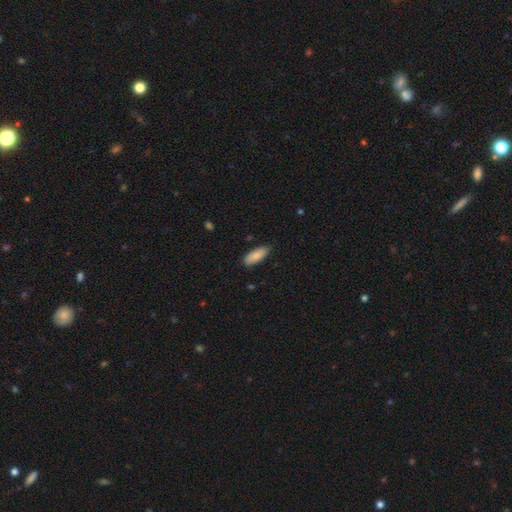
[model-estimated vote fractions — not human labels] A smooth galaxy with no disk features (84%) that is in between round and cigar-shaped (78%).

Vote fractions:
- Smooth or featured? smooth: 84% / featured or disk: 10% / star or artifact: 6%
- How rounded? in between: 78% / cigar-shaped: 20% / round: 2%
- Merging? none: 78% / minor disturbance: 19% / major disturbance: 2% / merger: 1%